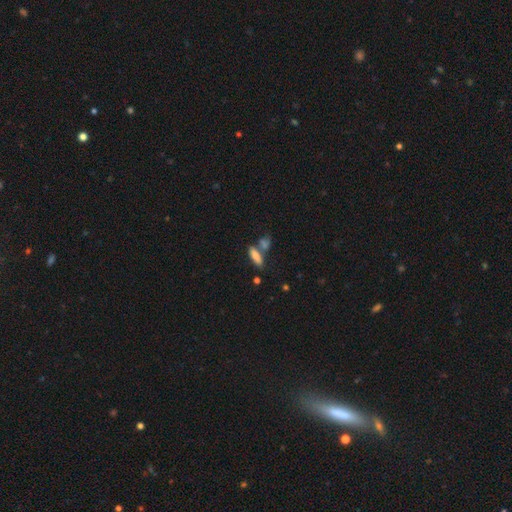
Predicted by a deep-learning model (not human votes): smooth 74%, featured or disk 17%, star or artifact 9%. Down the decision tree: how rounded — in between (57%); merging — none (53%).